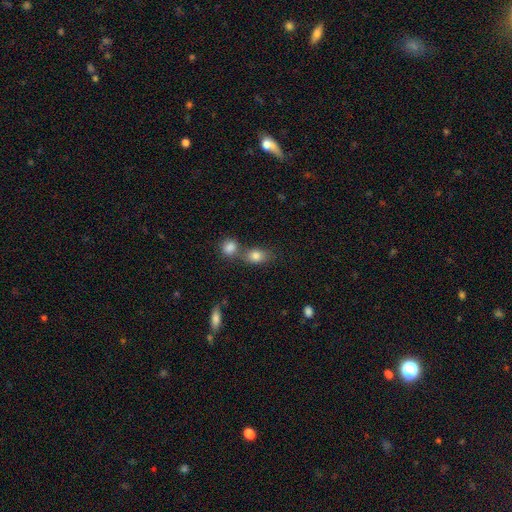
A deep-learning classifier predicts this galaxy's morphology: A smooth galaxy with no disk features (81%) that is in between round and cigar-shaped (70%). Merging: none (46%).